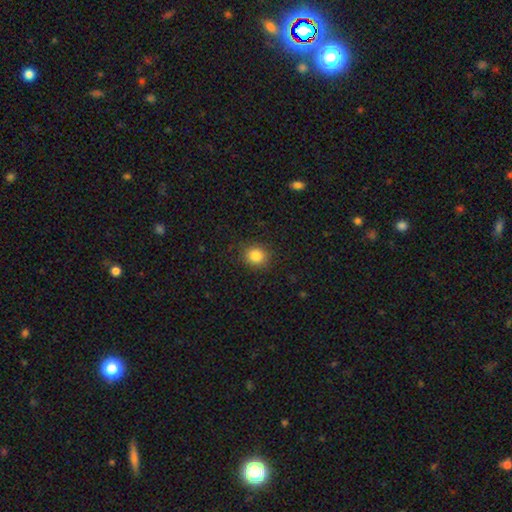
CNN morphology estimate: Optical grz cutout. It shows a smooth galaxy with no disk features (84%) that is round (83%). Merging: none (89%).